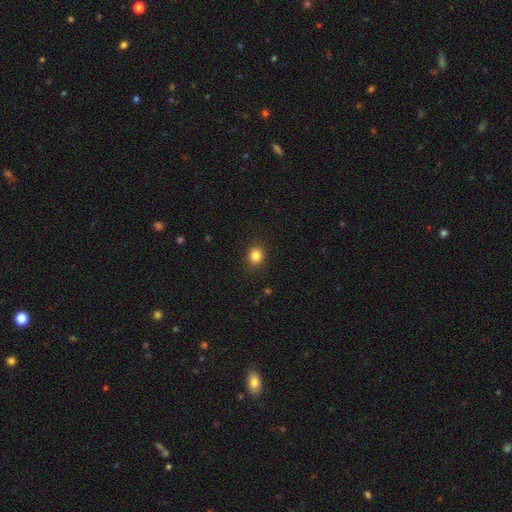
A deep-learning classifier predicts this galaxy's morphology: The model was most divided on "how rounded": round: 79%, in between: 20%, cigar-shaped: 1%. More confident: merging — none (90%); smooth or featured — smooth (84%).